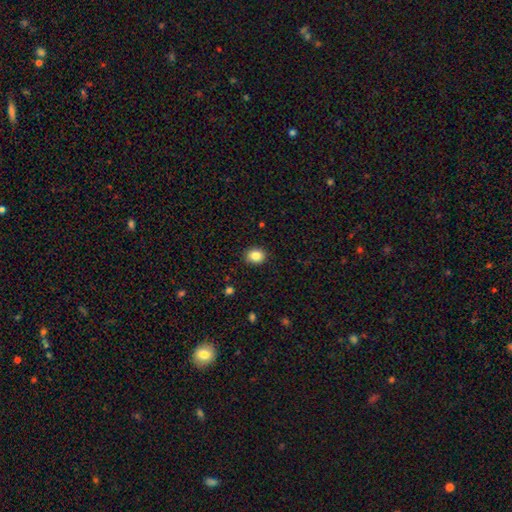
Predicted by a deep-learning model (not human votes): smooth_or_featured: smooth (p=0.85) [alt: star or artifact p=0.10]
how_rounded: round (p=0.61) [alt: in between p=0.38]
merging: none (p=0.90) [alt: minor disturbance p=0.07]